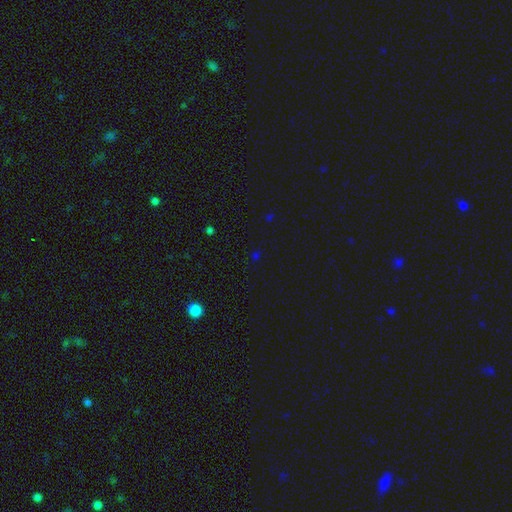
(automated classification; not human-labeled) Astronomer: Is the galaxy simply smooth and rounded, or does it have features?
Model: star or artifact — 60%.